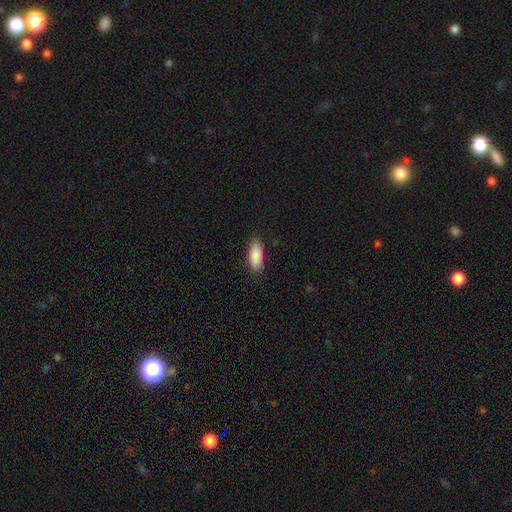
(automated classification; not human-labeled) smooth 90%, star or artifact 6%, featured or disk 4%. Down the decision tree: how rounded — in between (83%); merging — none (86%).